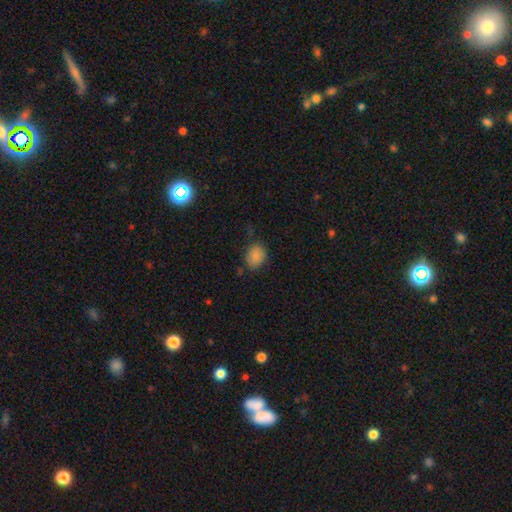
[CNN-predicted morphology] The model was most divided on "how rounded": in between: 57%, round: 42%, cigar-shaped: 1%. More confident: smooth or featured — smooth (85%); merging — none (69%).